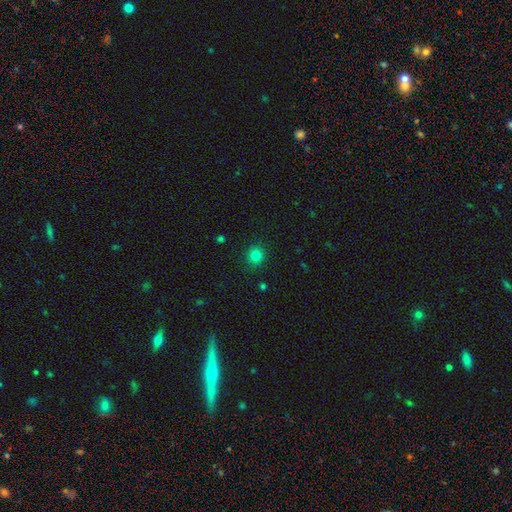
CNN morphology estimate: Q: Smooth or featured?
A: smooth (81%); runner-up: star or artifact (14%)
Q: How rounded?
A: round (90%); runner-up: in between (9%)
Q: Merging?
A: none (91%); runner-up: minor disturbance (6%)